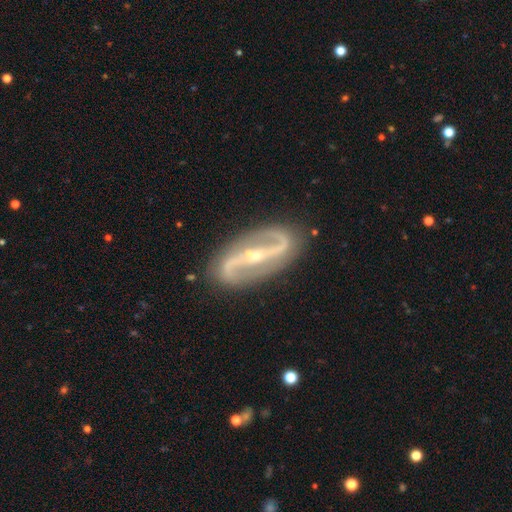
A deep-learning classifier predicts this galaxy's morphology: type=featured or disk (91%); edge-on=no (94%); bar=strong (65%); spiral arms=yes (96%); winding=medium (42%); arm count=2 (94%); bulge=small (63%); merging=none (87%).